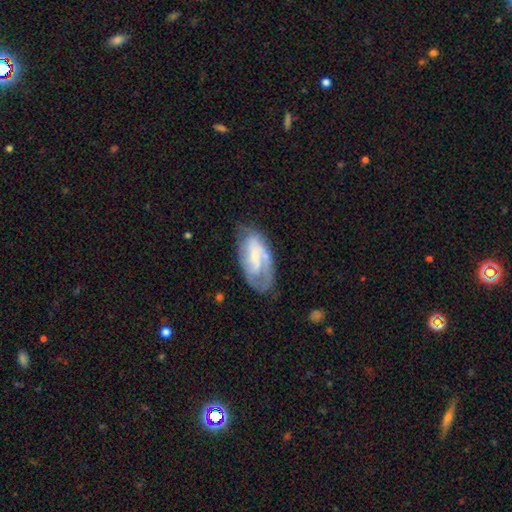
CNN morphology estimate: Q: Smooth or featured?
A: featured or disk (68%); runner-up: smooth (26%)
Q: Edge-on disk?
A: no (95%); runner-up: yes (5%)
Q: Bar?
A: no (42%); runner-up: weak (41%)
Q: Spiral arms?
A: yes (83%); runner-up: no (17%)
Q: Spiral winding?
A: tight (44%); runner-up: medium (39%)
Q: Spiral arm count?
A: 2 (39%); runner-up: can't tell (26%)
Q: Bulge size?
A: small (52%); runner-up: moderate (24%)
Q: Merging?
A: none (57%); runner-up: minor disturbance (26%)